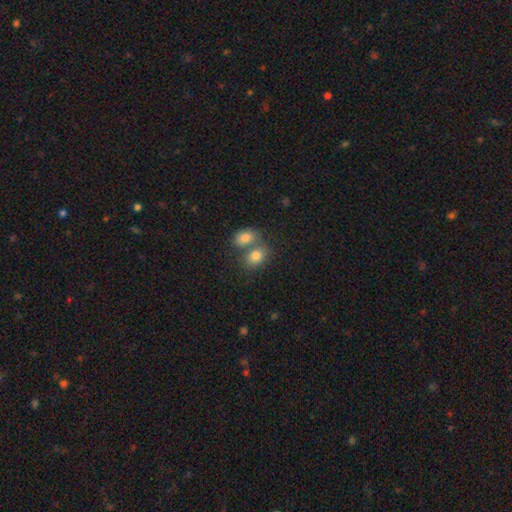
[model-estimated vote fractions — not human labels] Smooth or featured: smooth — 80% (featured or disk — 10%)
How rounded: in between — 59% (round — 40%)
Merging: merger — 54% (none — 34%)